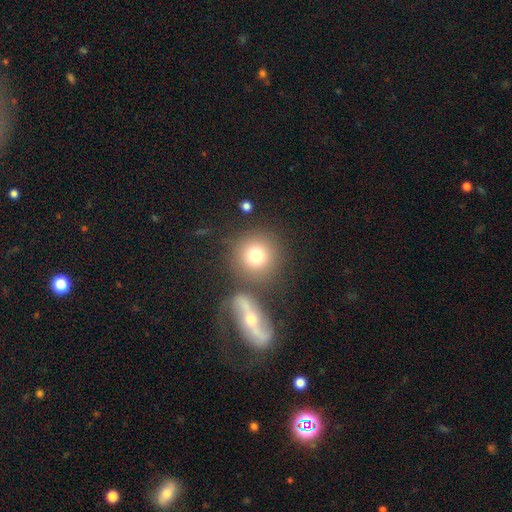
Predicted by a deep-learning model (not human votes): Morphology: type=smooth (75%); roundness=round (92%); merging=none (67%).